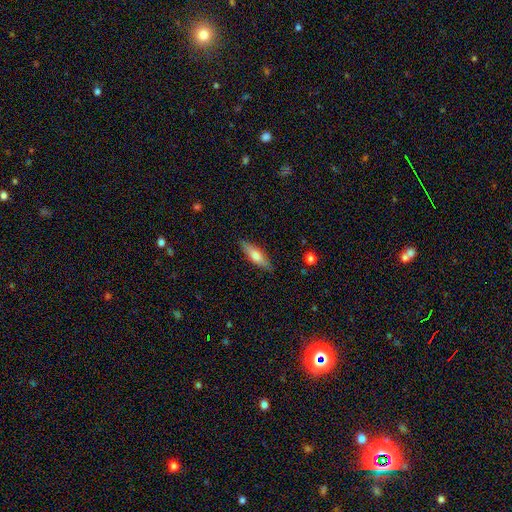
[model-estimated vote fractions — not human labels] Smooth or featured? smooth (61%)
How rounded? cigar-shaped (61%)
Merging? none (86%)